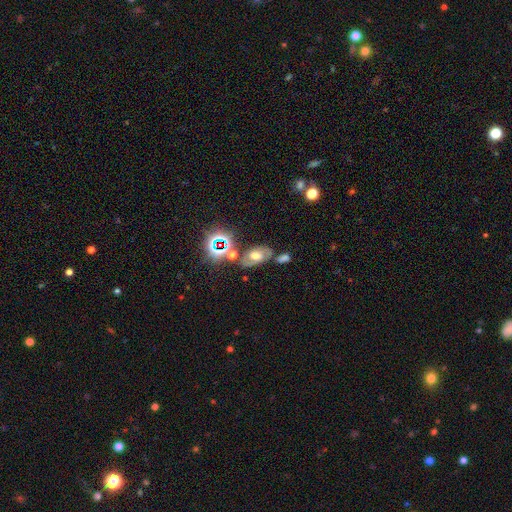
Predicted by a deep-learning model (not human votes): This is possibly a featured or disk galaxy (45%). Merging: likely none (62%).